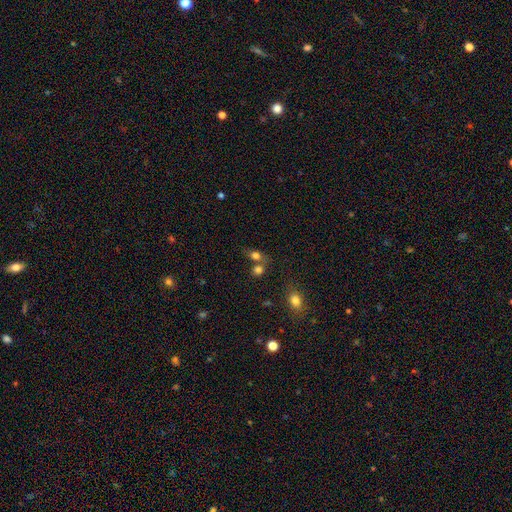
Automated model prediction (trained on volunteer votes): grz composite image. It shows a smooth galaxy with no disk features (76%) that is in between round and cigar-shaped (55%). Merging: none (45%).